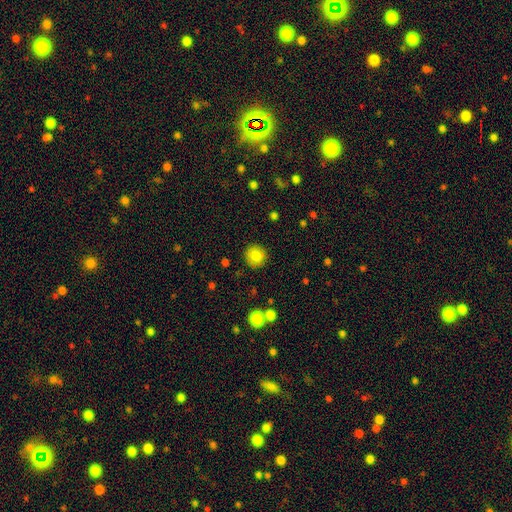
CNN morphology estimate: Smooth or featured?
  - smooth: 82% *
  - star or artifact: 9%
  - featured or disk: 8%
How rounded?
  - round: 93% *
  - in between: 6%
  - cigar-shaped: 1%
Merging?
  - none: 90% *
  - minor disturbance: 6%
  - major disturbance: 2%
  - merger: 2%